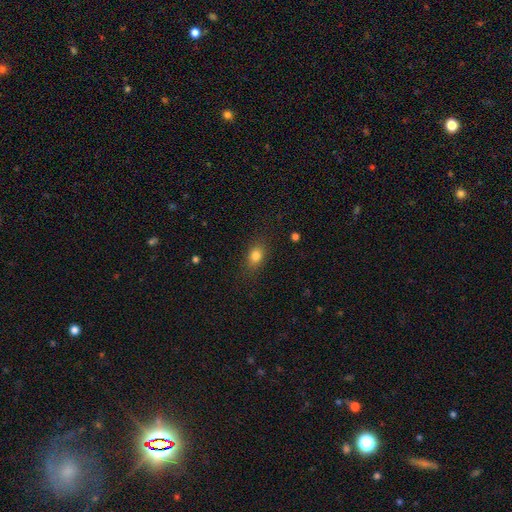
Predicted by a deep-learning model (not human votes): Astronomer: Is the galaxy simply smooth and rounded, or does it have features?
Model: smooth — 81%.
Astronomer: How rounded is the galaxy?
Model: in between — 67%.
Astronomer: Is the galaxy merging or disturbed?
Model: none — 83%.